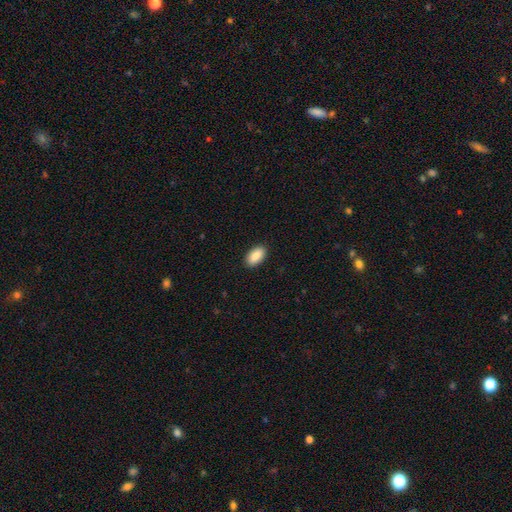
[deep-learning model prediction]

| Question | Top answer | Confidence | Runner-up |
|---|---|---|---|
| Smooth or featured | smooth | 90% | star or artifact (6%) |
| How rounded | in between | 95% | round (3%) |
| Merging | none | 90% | minor disturbance (7%) |